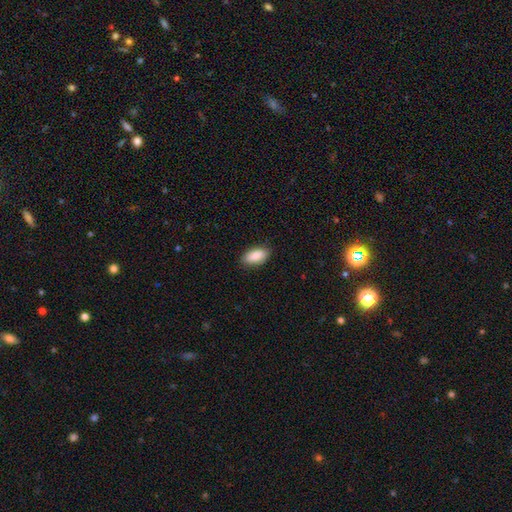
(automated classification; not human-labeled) smooth_or_featured: smooth (p=0.86) [alt: featured or disk p=0.07]
how_rounded: in between (p=0.92) [alt: cigar-shaped p=0.05]
merging: none (p=0.87) [alt: minor disturbance p=0.10]